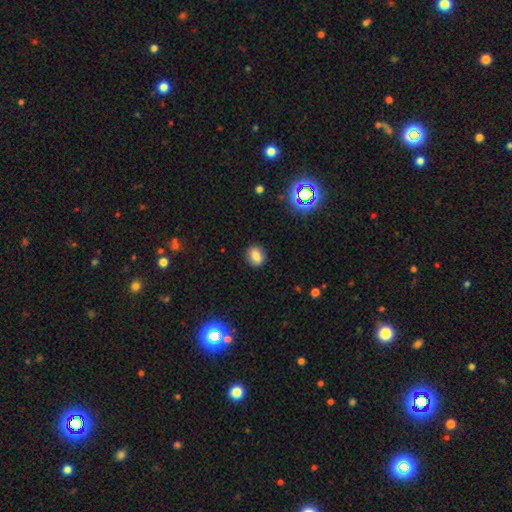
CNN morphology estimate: smooth_or_featured: smooth (p=0.78) [alt: star or artifact p=0.13]
how_rounded: round (p=0.57) [alt: in between p=0.42]
merging: none (p=0.88) [alt: minor disturbance p=0.09]